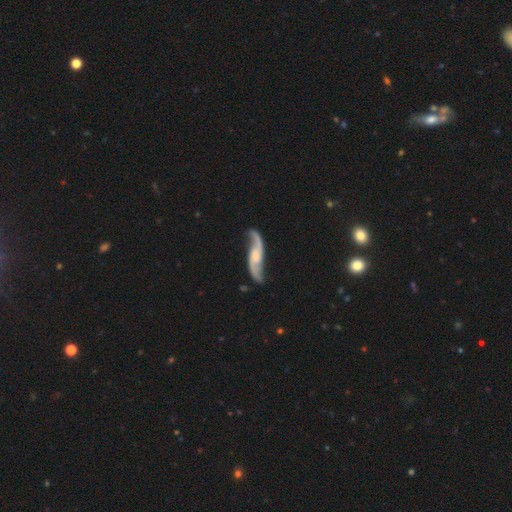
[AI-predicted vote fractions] smooth_or_featured: featured or disk (p=0.86) [alt: smooth p=0.09]
disk_edge_on: no (p=0.89) [alt: yes p=0.11]
bar: no (p=0.53) [alt: weak p=0.37]
has_spiral_arms: yes (p=0.97) [alt: no p=0.03]
spiral_winding: loose (p=0.80) [alt: medium p=0.16]
spiral_arm_count: 2 (p=0.93) [alt: can't tell p=0.02]
bulge_size: moderate (p=0.32) [tied with: small p=0.32]
merging: none (p=0.74) [alt: minor disturbance p=0.16]